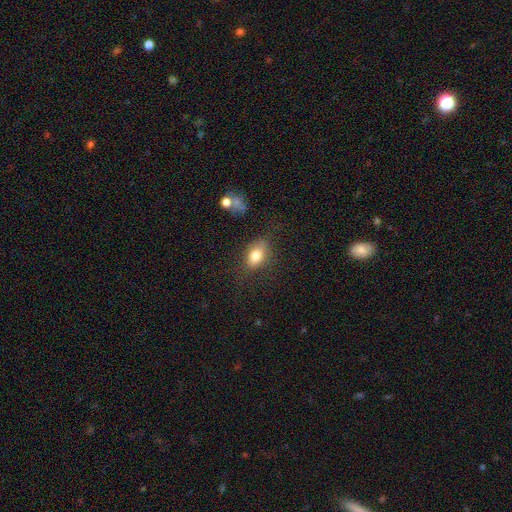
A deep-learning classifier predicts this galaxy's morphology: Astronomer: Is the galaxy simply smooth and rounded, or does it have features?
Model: smooth — 80%.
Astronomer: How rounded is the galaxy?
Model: in between — 82%.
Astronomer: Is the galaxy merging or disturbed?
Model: none — 65%.